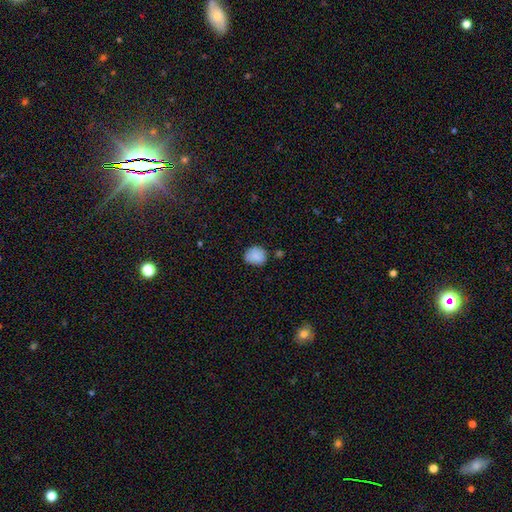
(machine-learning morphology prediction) Smooth or featured: smooth — 87% (star or artifact — 8%)
How rounded: round — 63% (in between — 36%)
Merging: none — 72% (minor disturbance — 21%)